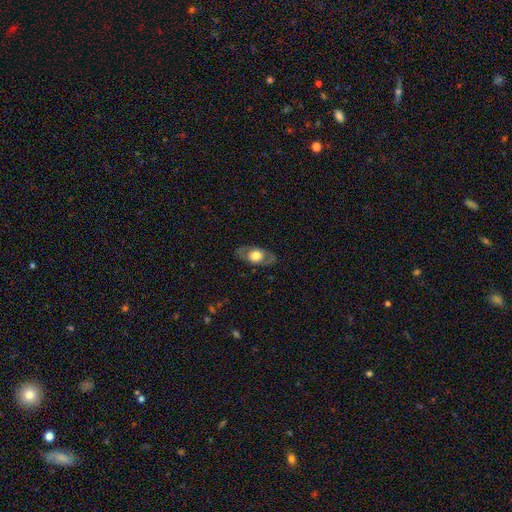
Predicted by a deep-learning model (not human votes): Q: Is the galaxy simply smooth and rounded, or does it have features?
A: featured or disk — 48%.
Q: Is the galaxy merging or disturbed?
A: none — 78%.